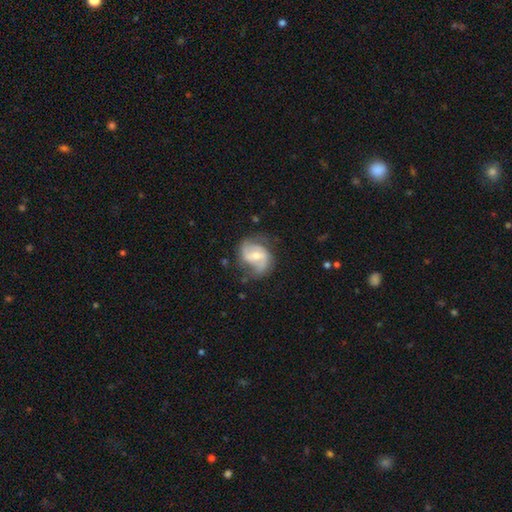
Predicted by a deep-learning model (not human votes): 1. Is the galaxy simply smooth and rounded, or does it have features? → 75% featured or disk, 19% smooth, 6% star or artifact.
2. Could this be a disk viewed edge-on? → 97% no, 3% yes.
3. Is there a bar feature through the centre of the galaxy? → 49% weak, 28% no, 23% strong.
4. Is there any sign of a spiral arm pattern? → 91% yes, 9% no.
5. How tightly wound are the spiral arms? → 47% medium, 33% loose, 19% tight.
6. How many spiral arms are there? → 83% 2, 8% can't tell, 4% 1, 3% 3, 1% 4, 1% more than 4.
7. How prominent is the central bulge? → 53% moderate, 40% small, 4% large, 3% none, 1% dominant.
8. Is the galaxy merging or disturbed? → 61% none, 24% minor disturbance, 13% major disturbance, 2% merger.